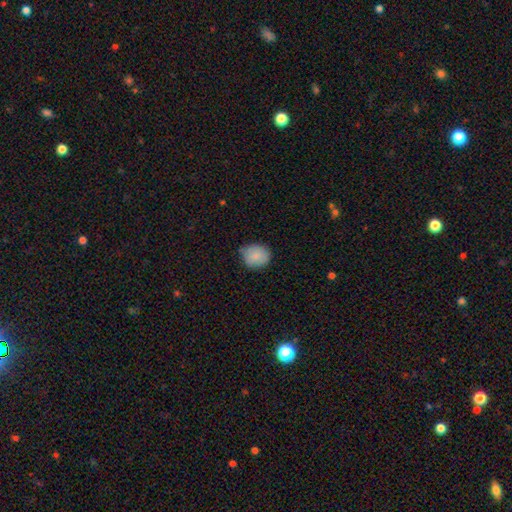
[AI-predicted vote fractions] Smooth or featured: smooth — 85% (featured or disk — 8%)
How rounded: round — 80% (in between — 20%)
Merging: none — 77% (minor disturbance — 19%)